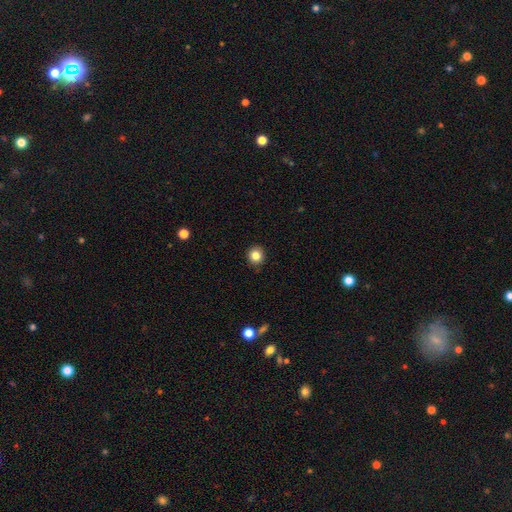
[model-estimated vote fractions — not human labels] Overall: smooth (84%). How rounded: round (91%). Merging: none (92%).